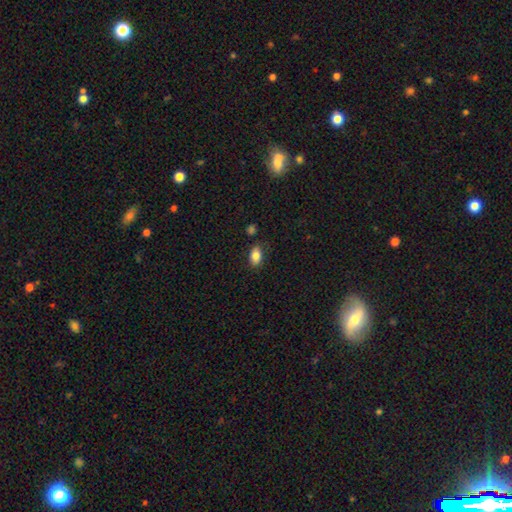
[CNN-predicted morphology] type=smooth (83%); roundness=in between (89%); merging=none (79%).